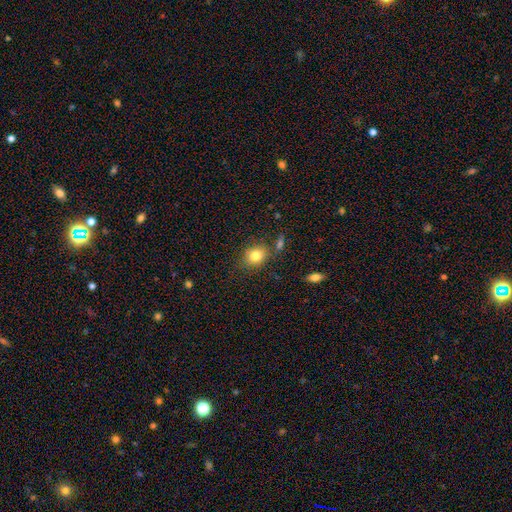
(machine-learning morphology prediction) This is clearly a smooth galaxy (81%). How rounded: possibly round (55%). Merging: likely none (74%).